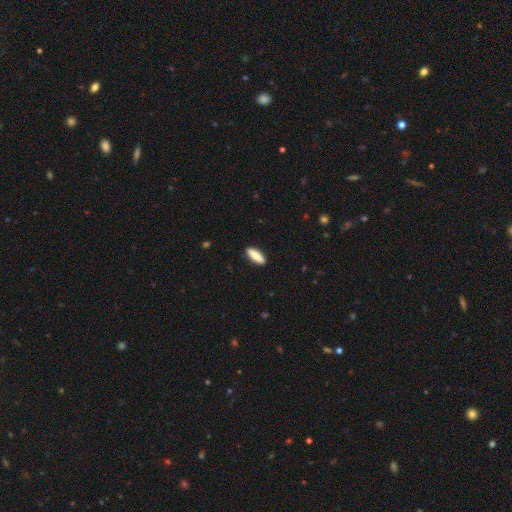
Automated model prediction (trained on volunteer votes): Smooth or featured? smooth (82%)
How rounded? cigar-shaped (54%)
Merging? none (89%)